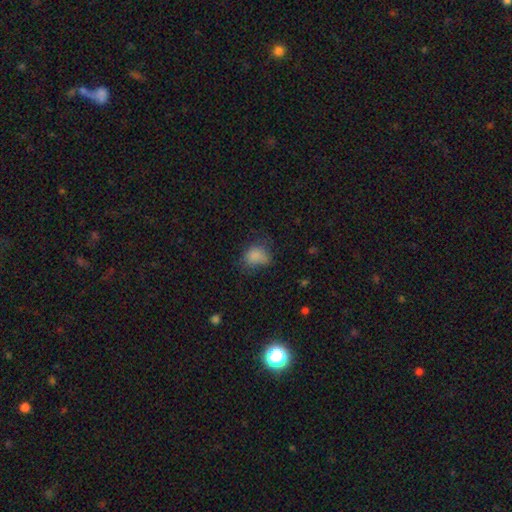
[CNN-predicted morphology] The model was most divided on "merging": none: 47%, minor disturbance: 31%, major disturbance: 19%, merger: 3%. More confident: smooth or featured — smooth (79%); how rounded — in between (58%).